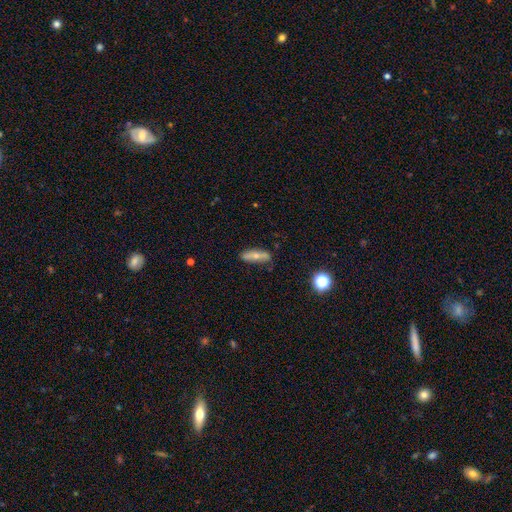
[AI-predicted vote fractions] Smooth or featured? Predicted: smooth (p=0.57). How rounded? Predicted: cigar-shaped (p=0.52). Merging? Predicted: none (p=0.75).